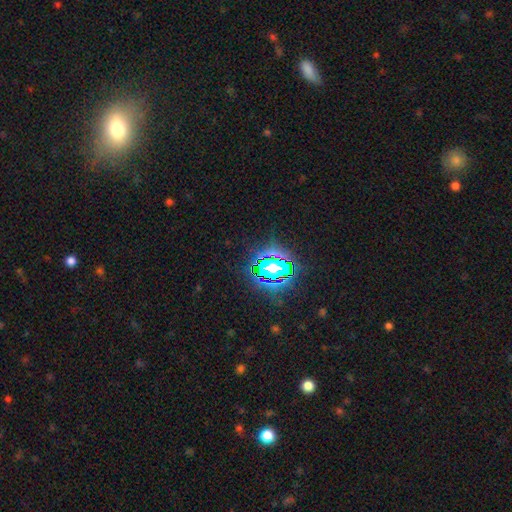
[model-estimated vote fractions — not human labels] smooth_or_featured: star or artifact (p=0.78) [alt: smooth p=0.14]